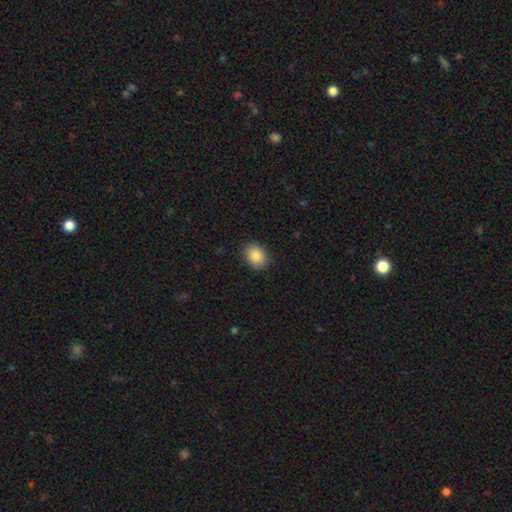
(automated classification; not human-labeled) Smooth or featured? smooth (86%)
How rounded? round (50%)
Merging? none (89%)